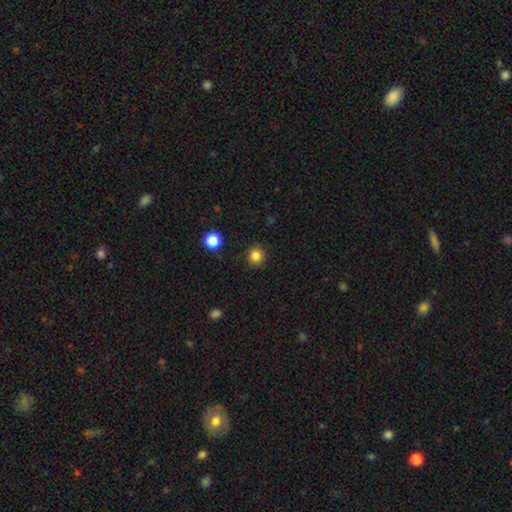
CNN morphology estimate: smooth_or_featured: smooth (p=0.84) [alt: star or artifact p=0.12]
how_rounded: round (p=0.93) [alt: in between p=0.06]
merging: none (p=0.92) [alt: minor disturbance p=0.05]